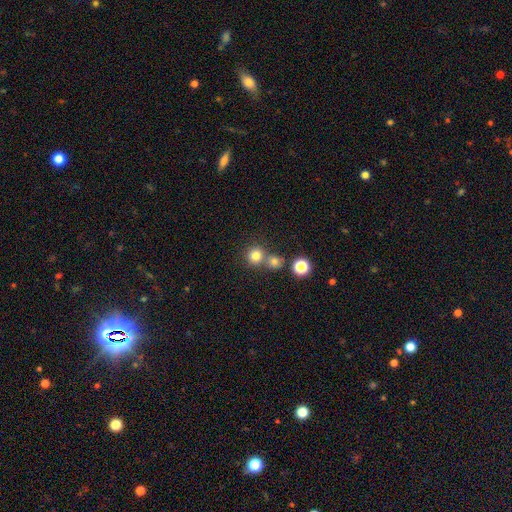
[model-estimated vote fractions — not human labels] This is likely a smooth galaxy (79%). How rounded: clearly round (92%). Merging: likely none (62%).